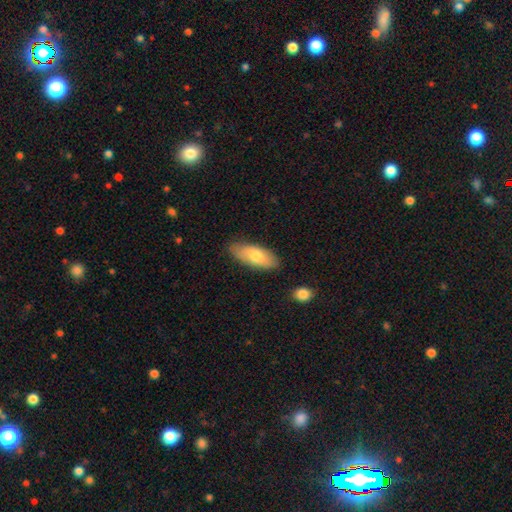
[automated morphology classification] The model was most divided on "smooth or featured": smooth: 72%, featured or disk: 22%, star or artifact: 6%. More confident: how rounded — in between (84%); merging — none (79%).